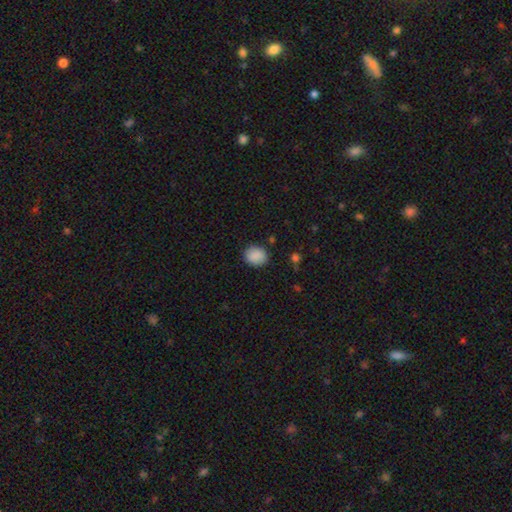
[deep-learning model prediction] This is clearly a smooth galaxy (89%). How rounded: likely round (65%). Merging: clearly none (86%).